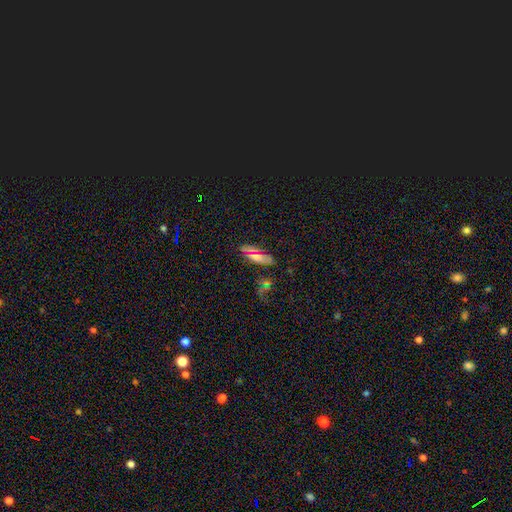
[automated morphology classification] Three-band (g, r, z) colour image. It shows a smooth galaxy with no disk features (65%) that is in between round and cigar-shaped (71%). Merging: none (82%).